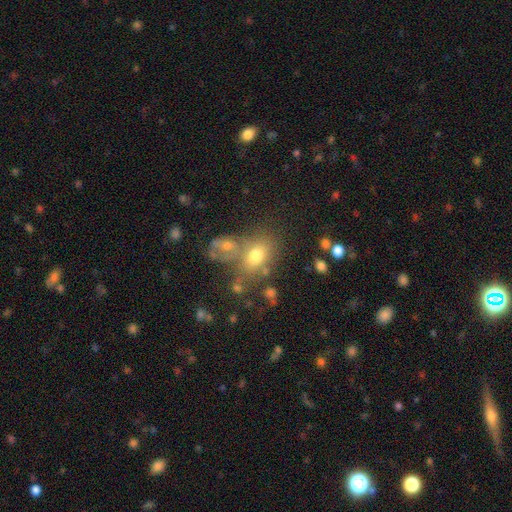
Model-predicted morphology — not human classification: Smooth or featured?
  - smooth: 68% *
  - featured or disk: 17%
  - star or artifact: 15%
How rounded?
  - in between: 73% *
  - round: 25%
  - cigar-shaped: 2%
Merging?
  - none: 49% *
  - merger: 30%
  - minor disturbance: 14%
  - major disturbance: 7%